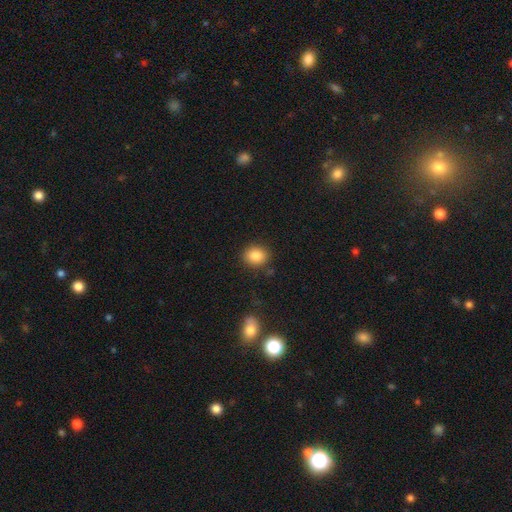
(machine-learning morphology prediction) smooth_or_featured: smooth (p=0.86) [alt: star or artifact p=0.09]
how_rounded: round (p=0.66) [alt: in between p=0.33]
merging: none (p=0.86) [alt: minor disturbance p=0.09]